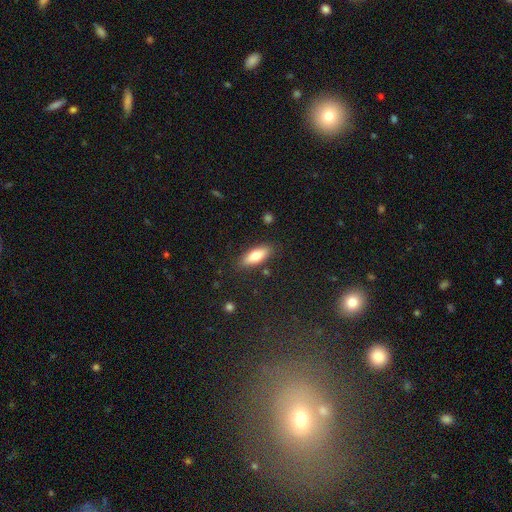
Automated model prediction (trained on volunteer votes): This appears to be a smooth galaxy with no disk features (73%) that is in between round and cigar-shaped (68%). Merging: none (85%).